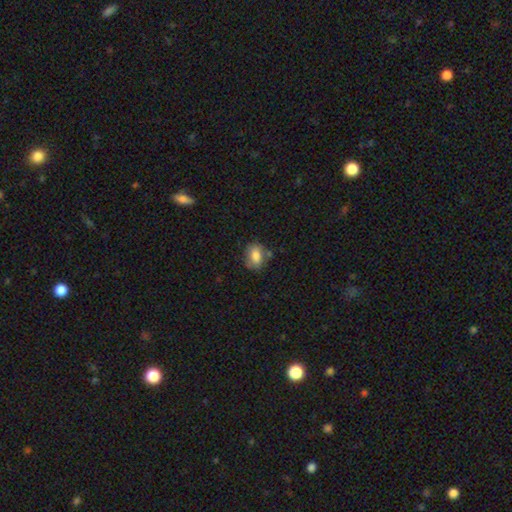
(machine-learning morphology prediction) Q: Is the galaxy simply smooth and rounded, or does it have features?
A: smooth — 77%.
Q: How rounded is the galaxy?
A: in between — 73%.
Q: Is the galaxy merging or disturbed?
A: none — 65%.